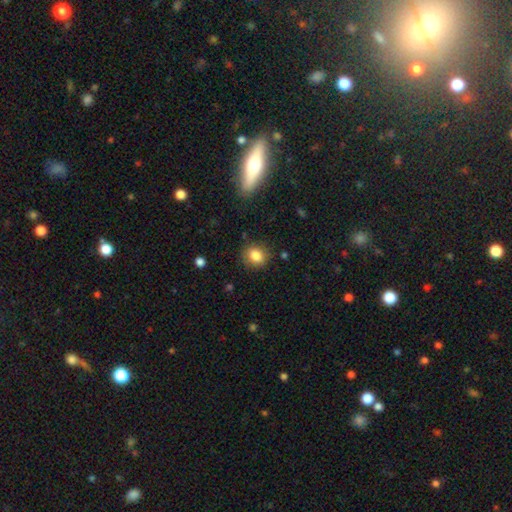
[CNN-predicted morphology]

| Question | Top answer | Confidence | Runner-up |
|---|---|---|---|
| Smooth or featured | smooth | 83% | star or artifact (10%) |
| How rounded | round | 64% | in between (35%) |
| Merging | none | 83% | minor disturbance (12%) |